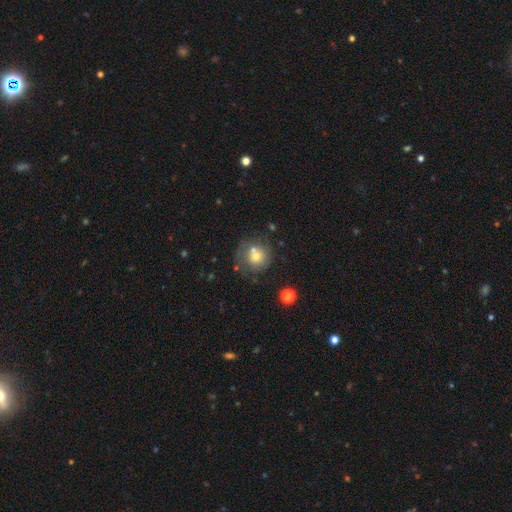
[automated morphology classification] Smooth or featured: smooth — 61% (featured or disk — 28%)
How rounded: round — 88% (in between — 11%)
Merging: none — 49% (merger — 26%)